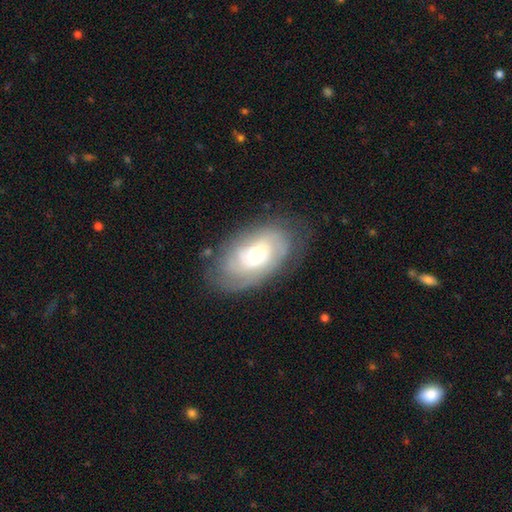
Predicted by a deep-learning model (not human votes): Smooth or featured: featured or disk — 63% (smooth — 30%)
Edge-on disk: no — 94% (yes — 6%)
Bar: no — 75% (weak — 21%)
Spiral arms: yes — 83% (no — 17%)
Bulge size: moderate — 46% (small — 31%)
Merging: none — 69% (minor disturbance — 20%)